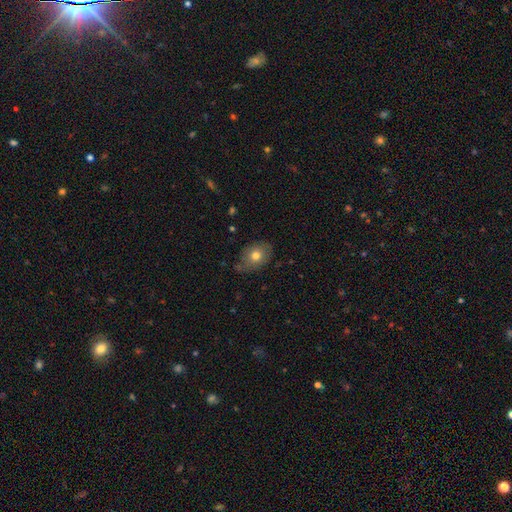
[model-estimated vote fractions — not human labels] Smooth or featured: smooth — 74% (featured or disk — 17%)
How rounded: in between — 69% (round — 30%)
Merging: none — 70% (minor disturbance — 23%)